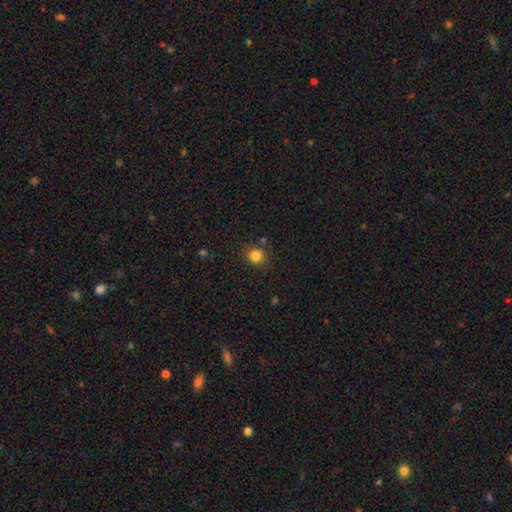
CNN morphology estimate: smooth_or_featured: smooth (p=0.83) [alt: star or artifact p=0.12]
how_rounded: round (p=0.88) [alt: in between p=0.11]
merging: none (p=0.85) [alt: minor disturbance p=0.08]